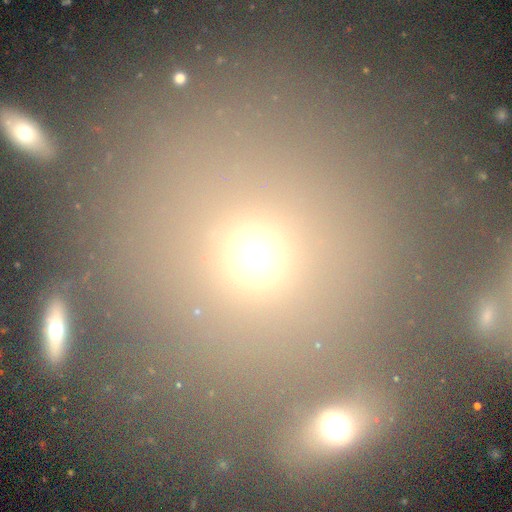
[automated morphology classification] This appears to be a smooth galaxy with no disk features (65%) that is round (74%). Merging: none (66%).